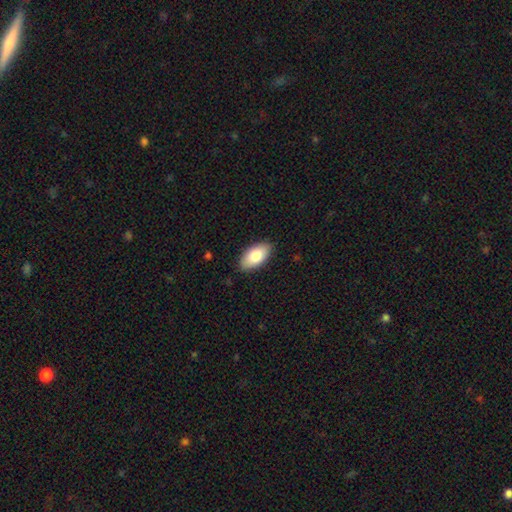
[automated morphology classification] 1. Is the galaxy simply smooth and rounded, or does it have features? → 81% smooth, 13% featured or disk, 6% star or artifact.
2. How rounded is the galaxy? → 94% in between, 3% cigar-shaped, 2% round.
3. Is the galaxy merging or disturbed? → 87% none, 10% minor disturbance, 2% major disturbance, 1% merger.